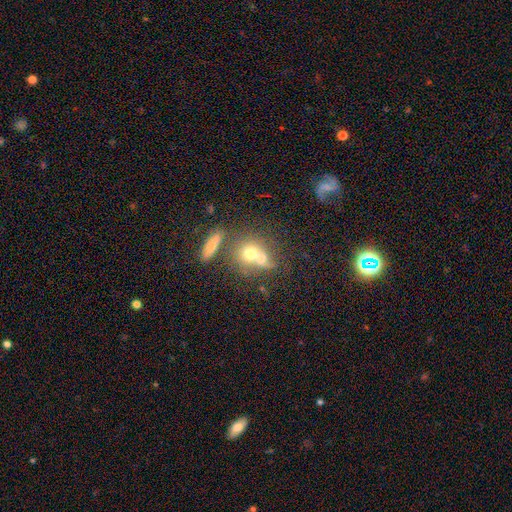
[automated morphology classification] Smooth or featured? Predicted: smooth (p=0.61). How rounded? Predicted: round (p=0.68). Merging? Predicted: merger (p=0.50).